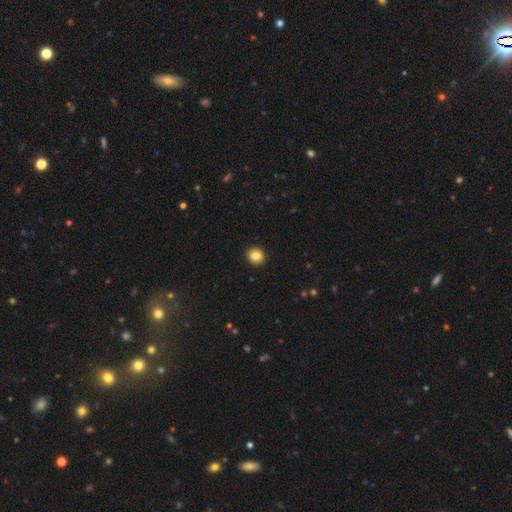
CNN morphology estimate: Smooth or featured?
  - smooth: 85% *
  - star or artifact: 10%
  - featured or disk: 5%
How rounded?
  - round: 88% *
  - in between: 11%
  - cigar-shaped: 1%
Merging?
  - none: 93% *
  - minor disturbance: 5%
  - major disturbance: 1%
  - merger: 1%